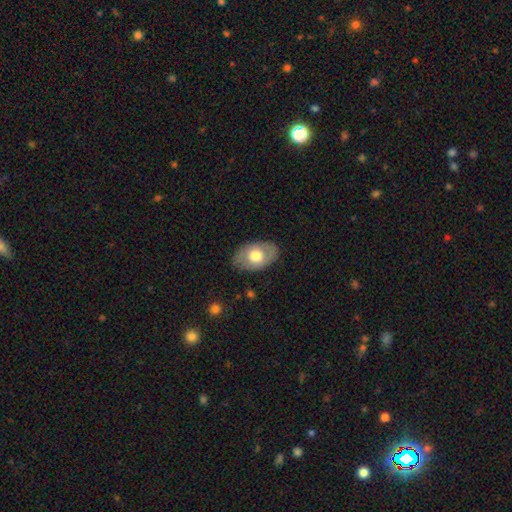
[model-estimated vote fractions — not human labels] A smooth galaxy with no disk features (61%) that is in between round and cigar-shaped (88%).

Vote fractions:
- Smooth or featured? smooth: 61% / featured or disk: 33% / star or artifact: 6%
- How rounded? in between: 88% / round: 11% / cigar-shaped: 1%
- Merging? none: 81% / minor disturbance: 14% / major disturbance: 4% / merger: 1%